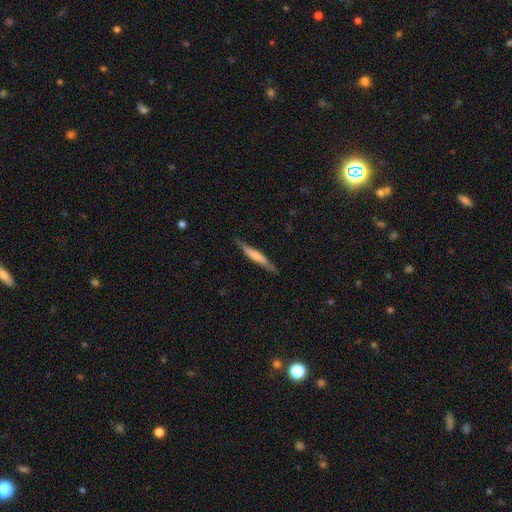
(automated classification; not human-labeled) Smooth or featured? smooth (57%)
How rounded? cigar-shaped (94%)
Merging? none (82%)